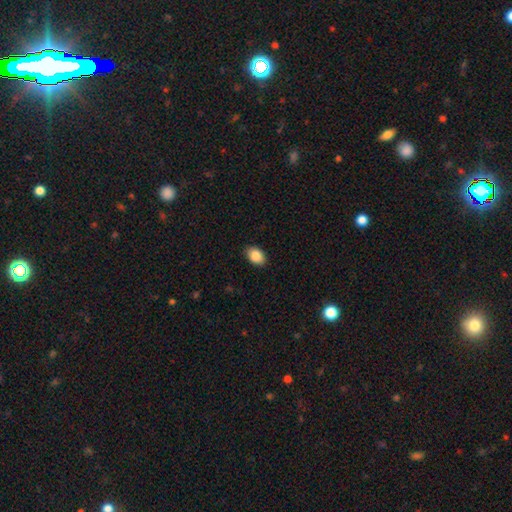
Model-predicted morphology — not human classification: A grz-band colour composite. It shows a smooth galaxy with no disk features (88%) that is in between round and cigar-shaped (81%). Merging: none (88%).